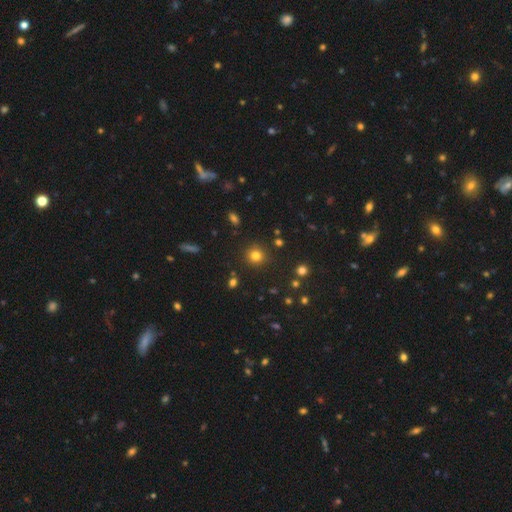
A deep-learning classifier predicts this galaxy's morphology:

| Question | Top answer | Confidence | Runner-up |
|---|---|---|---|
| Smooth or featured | smooth | 77% | star or artifact (16%) |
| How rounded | round | 93% | in between (6%) |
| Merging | none | 89% | minor disturbance (6%) |